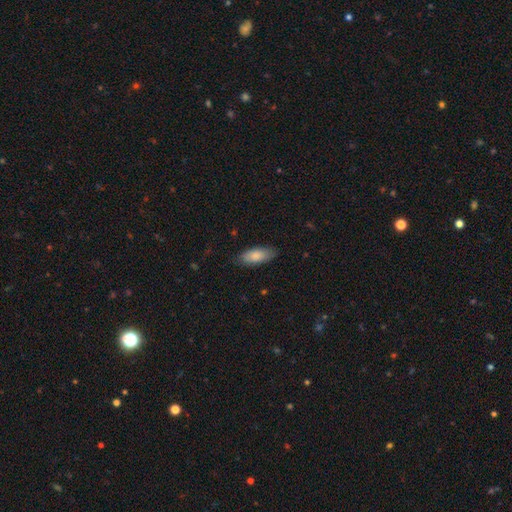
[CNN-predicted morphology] Smooth or featured? smooth (85%)
How rounded? in between (79%)
Merging? none (82%)